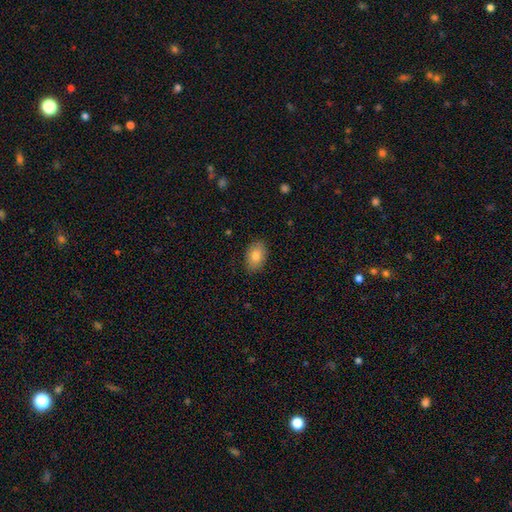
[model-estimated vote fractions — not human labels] smooth_or_featured: smooth (p=0.83) [alt: featured or disk p=0.10]
how_rounded: in between (p=0.88) [alt: round p=0.11]
merging: none (p=0.87) [alt: minor disturbance p=0.10]